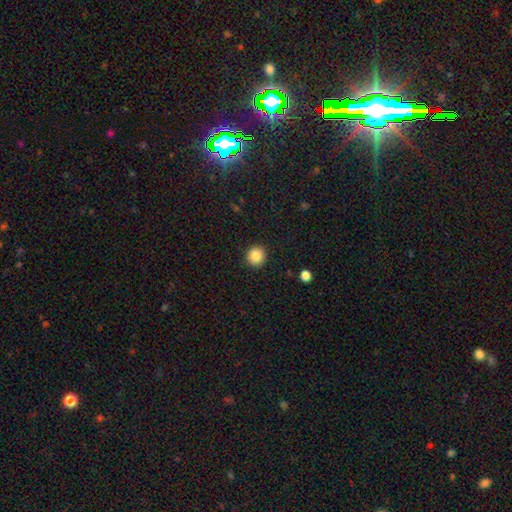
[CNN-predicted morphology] smooth-or-featured: smooth: 87% | star or artifact: 10% | featured or disk: 3%
  how-rounded: round: 93% | in between: 6% | cigar-shaped: 1%
  merging: none: 92% | minor disturbance: 5% | major disturbance: 2% | merger: 1%